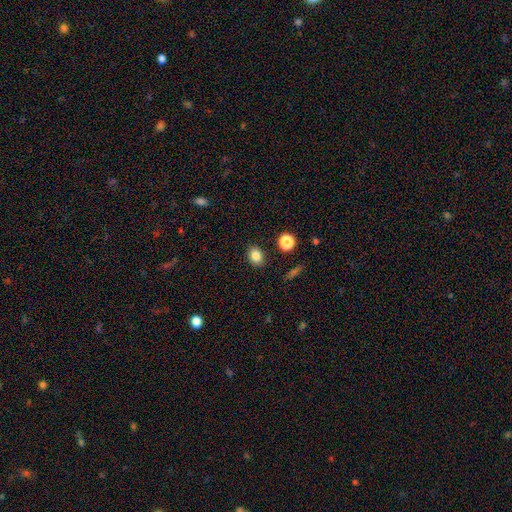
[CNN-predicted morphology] This appears to be a smooth galaxy with no disk features (83%) that is in between round and cigar-shaped (58%). Merging: none (87%).